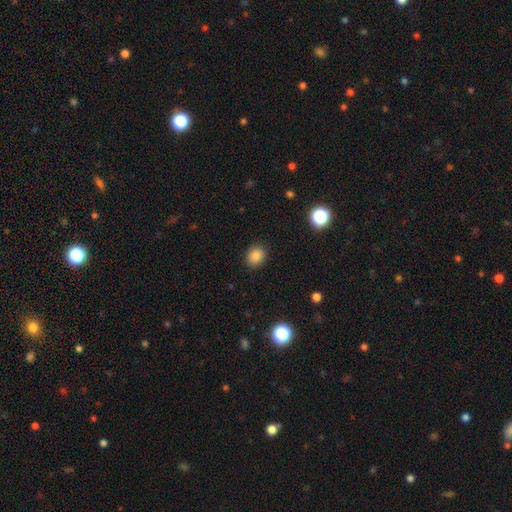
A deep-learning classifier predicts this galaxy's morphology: Overall: smooth (85%). How rounded: round (56%; in between 44%). Merging: none (88%).